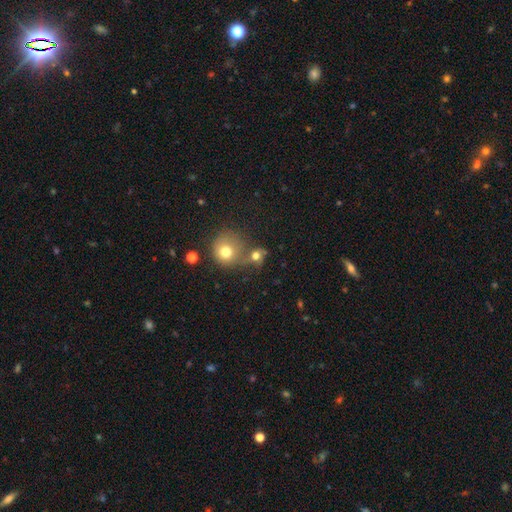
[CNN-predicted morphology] Smooth or featured: smooth — 73% (star or artifact — 14%)
How rounded: round — 78% (in between — 20%)
Merging: merger — 43% (none — 38%)